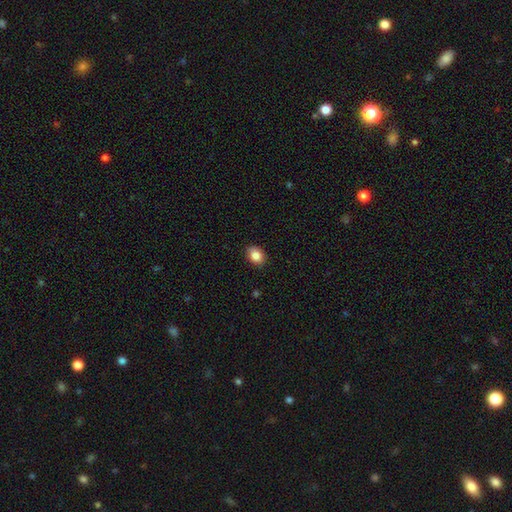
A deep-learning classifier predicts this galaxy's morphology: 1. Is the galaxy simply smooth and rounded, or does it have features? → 85% smooth, 9% star or artifact, 6% featured or disk.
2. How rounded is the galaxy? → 67% in between, 32% round, 1% cigar-shaped.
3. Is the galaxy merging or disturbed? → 87% none, 10% minor disturbance, 2% major disturbance, 1% merger.